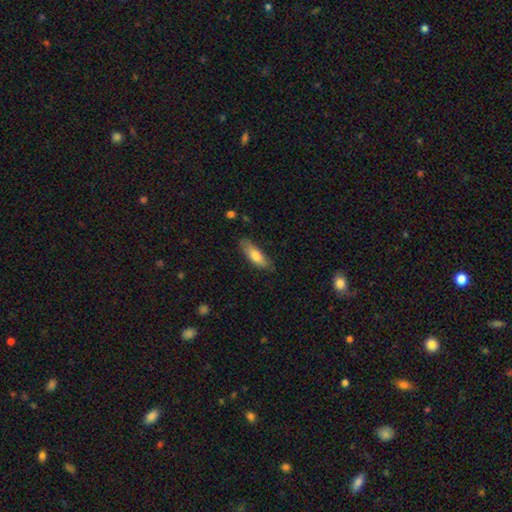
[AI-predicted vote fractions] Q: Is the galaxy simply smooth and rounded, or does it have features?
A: smooth — 75%.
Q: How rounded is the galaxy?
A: in between — 57%.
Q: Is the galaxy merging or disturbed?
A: none — 77%.